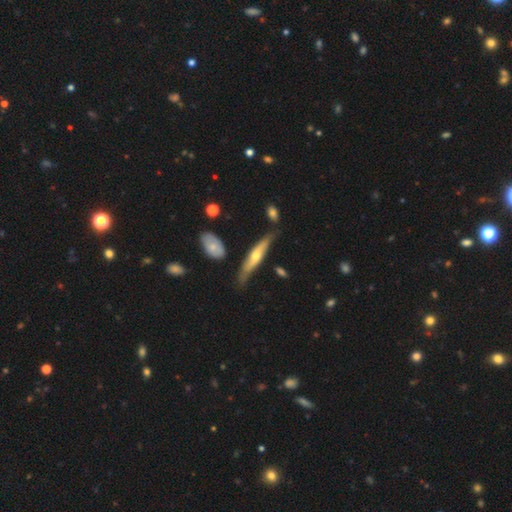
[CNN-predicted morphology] smooth-or-featured: featured or disk: 59% | smooth: 35% | star or artifact: 6%
  disk-edge-on: yes: 82% | no: 18%
  merging: none: 61% | minor disturbance: 27% | major disturbance: 7% | merger: 5%